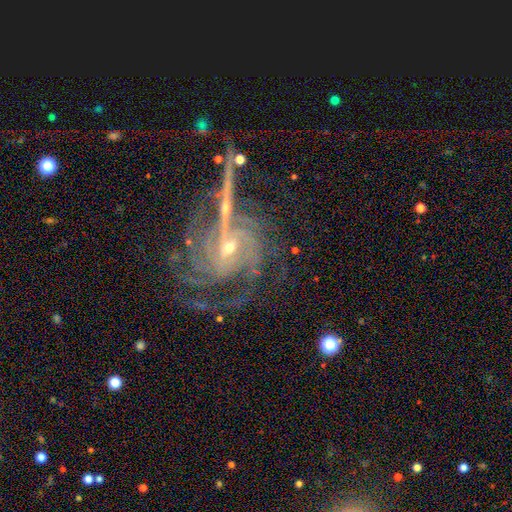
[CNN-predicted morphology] Overall: featured or disk (84%). Edge-on disk: no (96%). Bar: no (47%; weak 33%). Spiral arms: yes (97%). Spiral arm count: 4 (23%; can't tell 22%). Spiral winding: tight (53%; medium 36%). Bulge size: small (67%; moderate 28%). Merging: none (56%; major disturbance 20%).